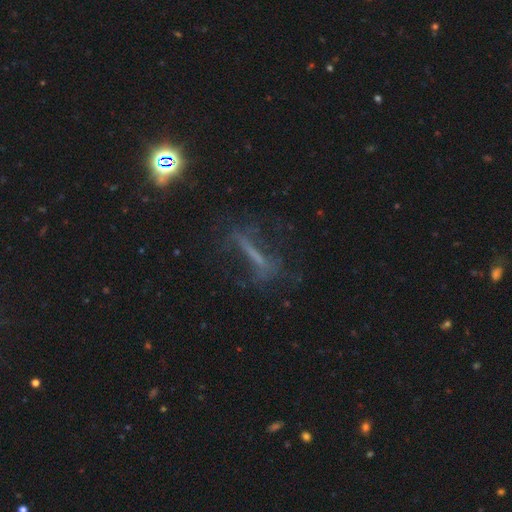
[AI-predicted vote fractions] Smooth or featured: featured or disk — 50% (smooth — 25%)
Edge-on disk: no — 53% (yes — 47%)
Merging: none — 55% (major disturbance — 22%)